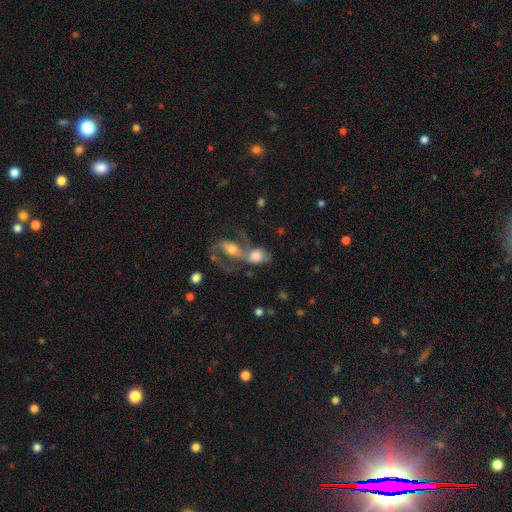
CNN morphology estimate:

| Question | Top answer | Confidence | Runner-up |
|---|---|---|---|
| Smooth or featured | featured or disk | 51% | smooth (40%) |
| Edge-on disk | no | 95% | yes (5%) |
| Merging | merger | 70% | none (16%) |